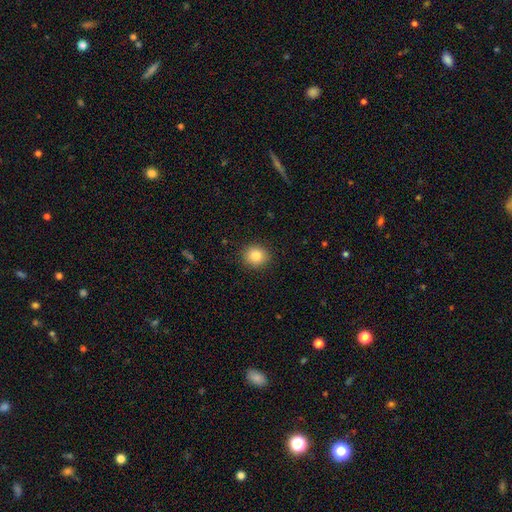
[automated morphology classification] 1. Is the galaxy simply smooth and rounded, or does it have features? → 84% smooth, 10% star or artifact, 6% featured or disk.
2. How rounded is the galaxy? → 87% round, 12% in between, 1% cigar-shaped.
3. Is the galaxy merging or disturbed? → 91% none, 6% minor disturbance, 2% major disturbance, 1% merger.